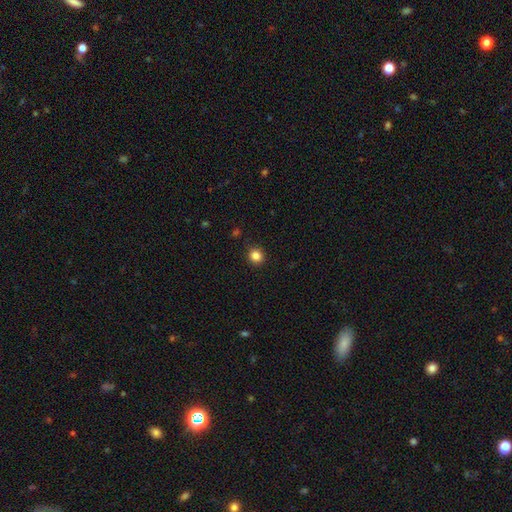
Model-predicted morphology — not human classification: Smooth or featured: smooth — 84% (star or artifact — 12%)
How rounded: round — 86% (in between — 13%)
Merging: none — 91% (minor disturbance — 6%)